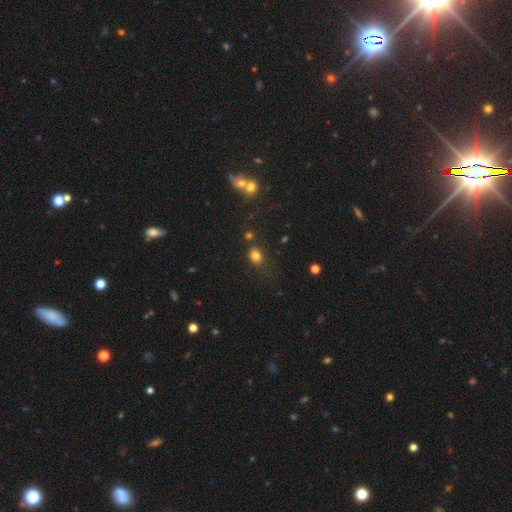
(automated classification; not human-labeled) A smooth galaxy with no disk features (79%) that is round (53%). Merging: none (69%).